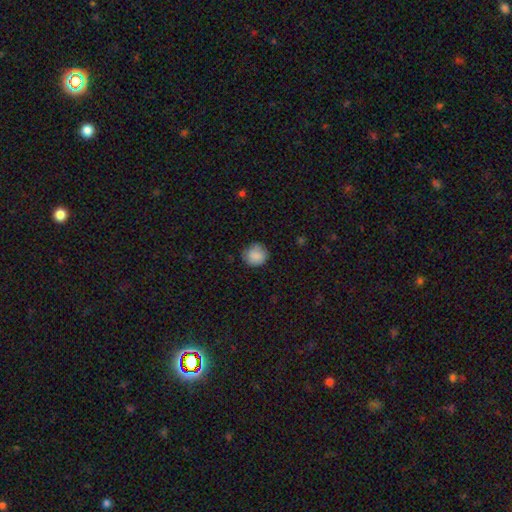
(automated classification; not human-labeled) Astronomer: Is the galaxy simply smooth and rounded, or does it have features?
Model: smooth — 87%.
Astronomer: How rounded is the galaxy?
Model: round — 88%.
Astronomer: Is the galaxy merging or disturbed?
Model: none — 80%.